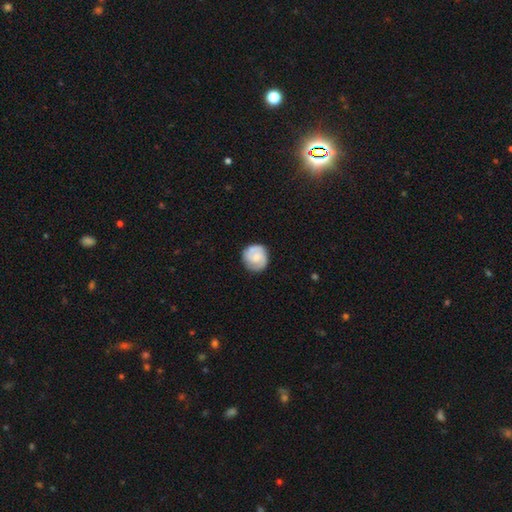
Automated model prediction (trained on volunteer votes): Smooth or featured? Predicted: featured or disk (p=0.49). Merging? Predicted: none (p=0.78).